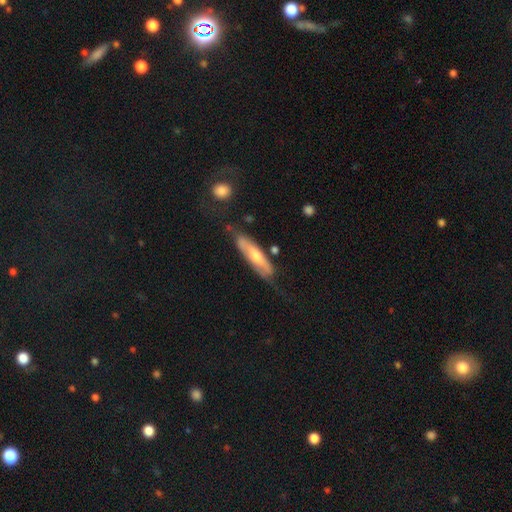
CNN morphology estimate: smooth_or_featured: featured or disk (p=0.57) [alt: smooth p=0.36]
disk_edge_on: no (p=0.53) [alt: yes p=0.47]
merging: none (p=0.61) [alt: minor disturbance p=0.24]